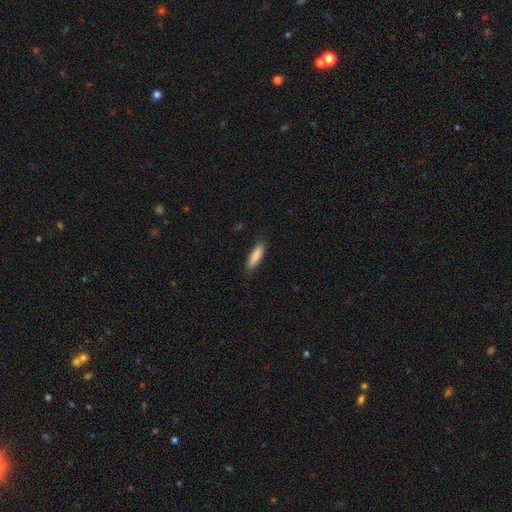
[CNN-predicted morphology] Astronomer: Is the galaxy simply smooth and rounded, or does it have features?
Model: smooth — 86%.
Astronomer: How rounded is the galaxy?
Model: cigar-shaped — 68%.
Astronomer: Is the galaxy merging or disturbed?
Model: none — 86%.